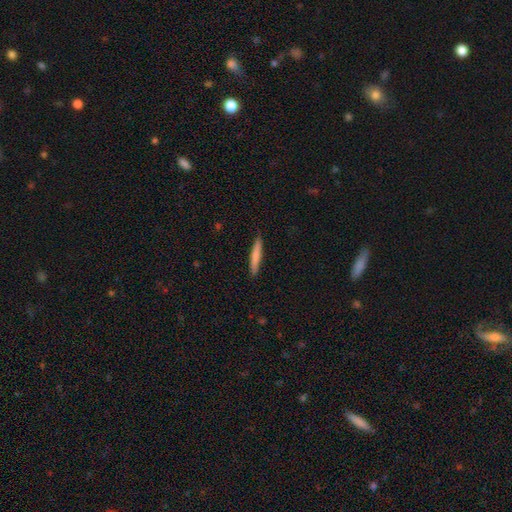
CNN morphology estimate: Smooth or featured? smooth (74%)
How rounded? cigar-shaped (95%)
Merging? none (89%)